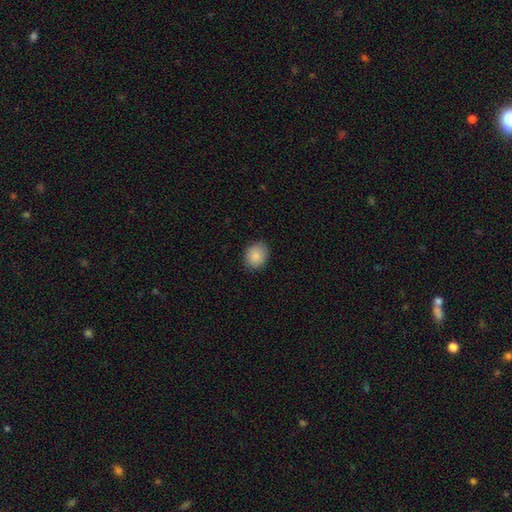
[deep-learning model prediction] smooth_or_featured: smooth (p=0.87) [alt: star or artifact p=0.08]
how_rounded: round (p=0.60) [alt: in between p=0.39]
merging: none (p=0.87) [alt: minor disturbance p=0.10]